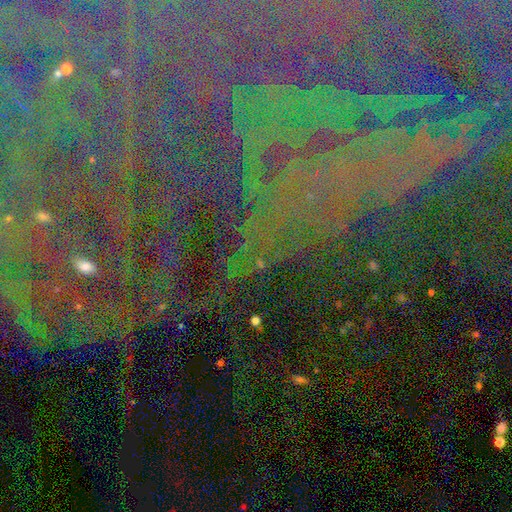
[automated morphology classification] Smooth or featured: star or artifact — 83% (featured or disk — 10%)